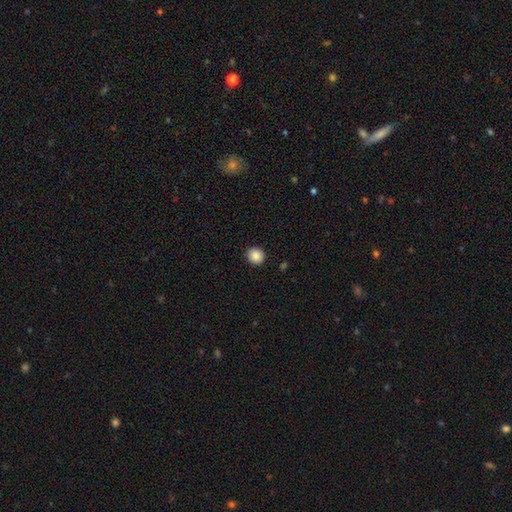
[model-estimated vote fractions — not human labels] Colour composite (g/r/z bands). It shows a smooth galaxy with no disk features (88%) that is round (87%). Merging: none (91%).